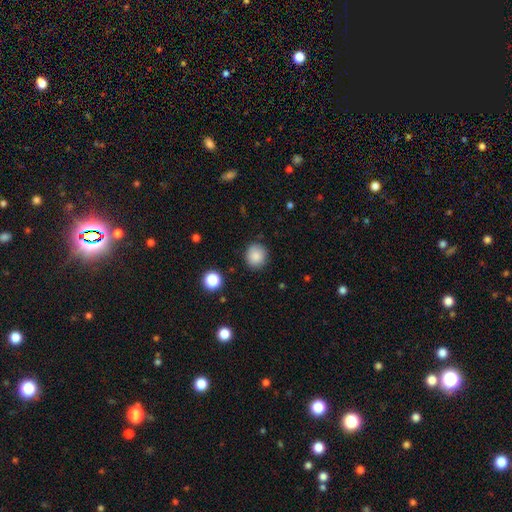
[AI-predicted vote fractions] smooth-or-featured: smooth: 86% | star or artifact: 9% | featured or disk: 4%
  how-rounded: round: 87% | in between: 12% | cigar-shaped: 1%
  merging: none: 87% | minor disturbance: 9% | major disturbance: 2% | merger: 1%